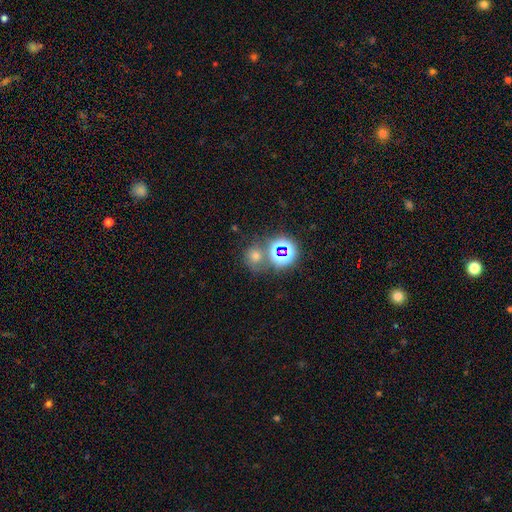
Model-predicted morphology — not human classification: smooth-or-featured: smooth: 48% | star or artifact: 41% | featured or disk: 11%
  merging: none: 58% | merger: 25% | minor disturbance: 11% | major disturbance: 6%